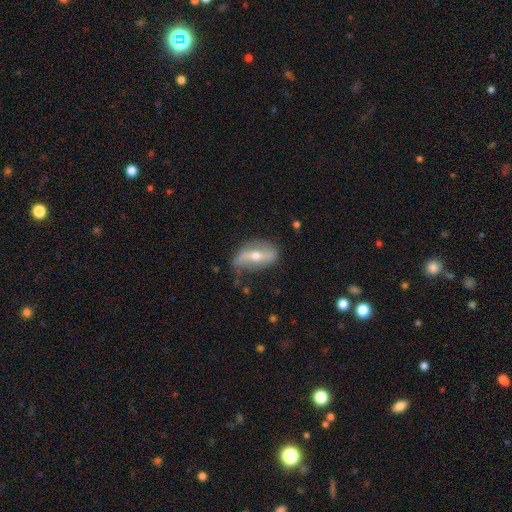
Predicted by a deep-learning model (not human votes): A featured or disk galaxy (68%) with a strong bar (51%), spiral arms (70%) and a moderate central bulge (64%). Merging: none (61%).